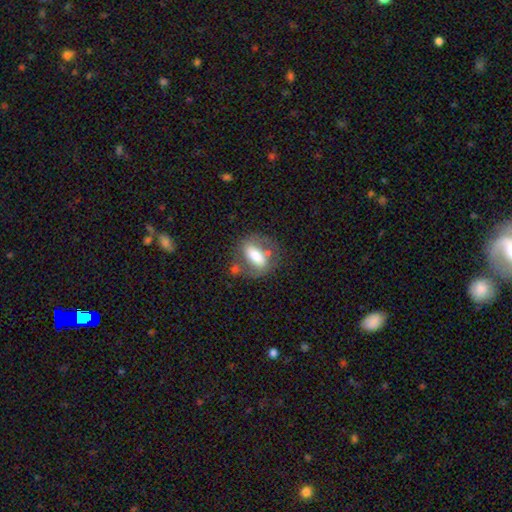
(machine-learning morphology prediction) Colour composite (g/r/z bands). It shows a featured or disk galaxy (47%). Merging: none (58%).